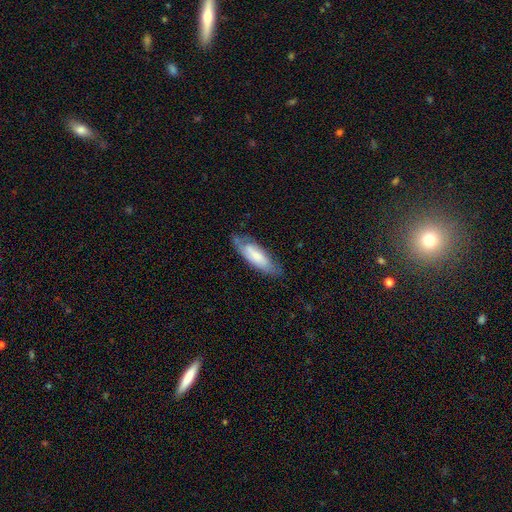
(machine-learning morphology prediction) This appears to be a smooth galaxy with no disk features (61%) that is in between round and cigar-shaped (54%). Merging: none (64%).